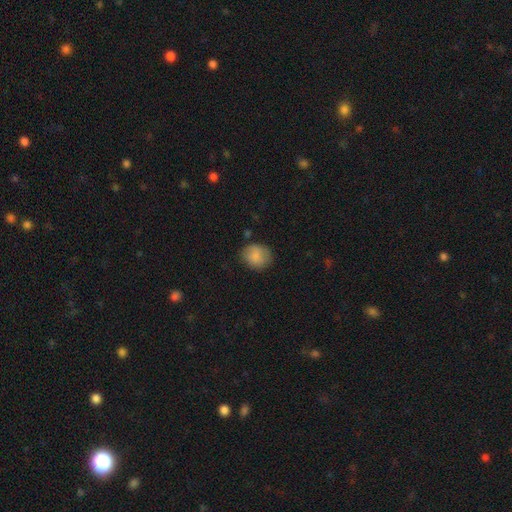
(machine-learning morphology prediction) Smooth or featured? Predicted: smooth (p=0.84). How rounded? Predicted: round (p=0.63). Merging? Predicted: none (p=0.73).